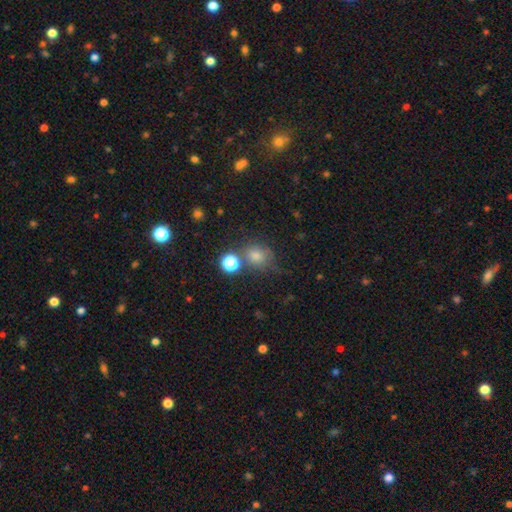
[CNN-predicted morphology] Overall: smooth (71%). How rounded: round (78%). Merging: none (65%).